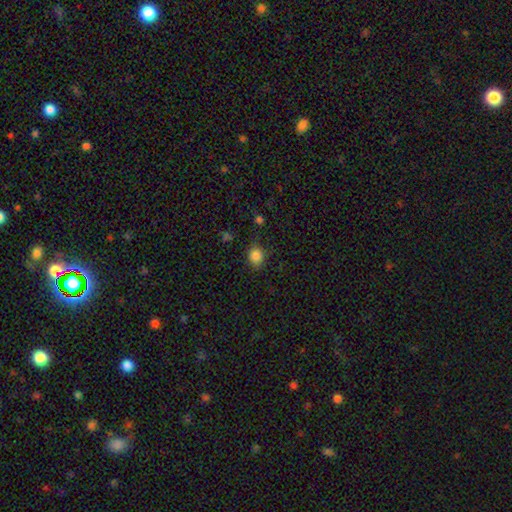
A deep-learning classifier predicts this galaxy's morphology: smooth_or_featured: smooth (p=0.84) [alt: star or artifact p=0.12]
how_rounded: round (p=0.72) [alt: in between p=0.27]
merging: none (p=0.78) [alt: minor disturbance p=0.16]